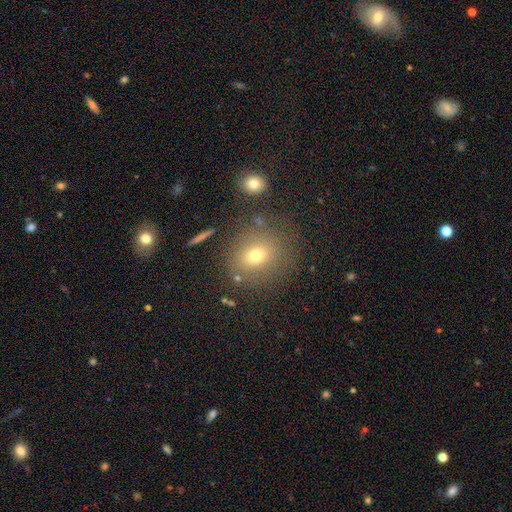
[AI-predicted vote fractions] This appears to be a smooth galaxy with no disk features (68%) that is round (71%). Merging: none (78%).